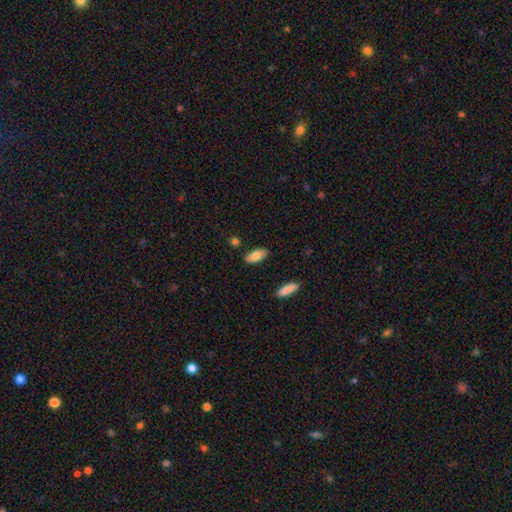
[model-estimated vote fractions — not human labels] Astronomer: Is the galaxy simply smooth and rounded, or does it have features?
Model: smooth — 81%.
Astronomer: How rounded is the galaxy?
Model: in between — 82%.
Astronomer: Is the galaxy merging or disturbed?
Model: none — 85%.